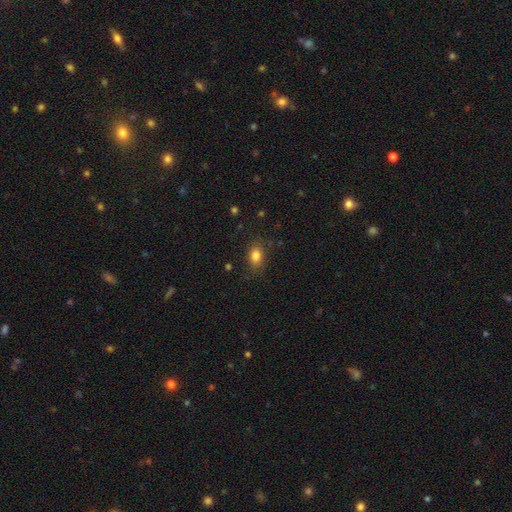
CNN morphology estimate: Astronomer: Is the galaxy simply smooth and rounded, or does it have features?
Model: smooth — 84%.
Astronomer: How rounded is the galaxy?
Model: in between — 74%.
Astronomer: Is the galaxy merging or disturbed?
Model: none — 81%.